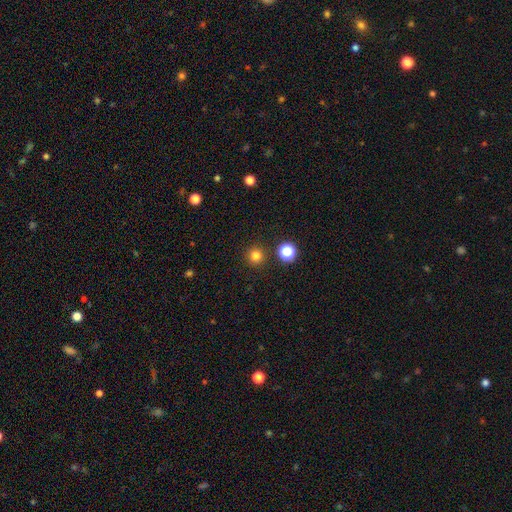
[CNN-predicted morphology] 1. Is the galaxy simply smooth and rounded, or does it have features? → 80% smooth, 16% star or artifact, 5% featured or disk.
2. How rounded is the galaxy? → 95% round, 4% in between, 1% cigar-shaped.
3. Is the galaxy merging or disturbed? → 91% none, 5% minor disturbance, 2% merger, 2% major disturbance.